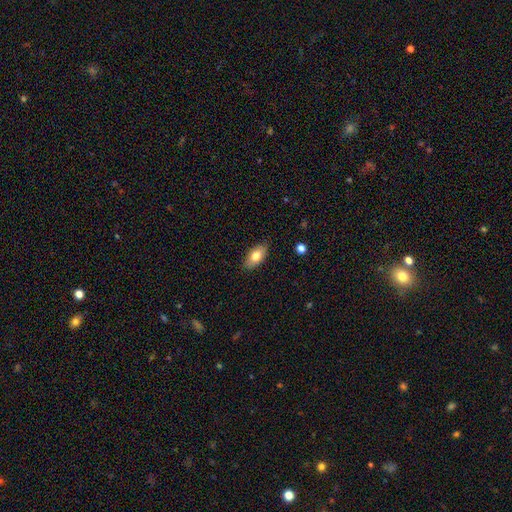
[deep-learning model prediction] Morphology: type=smooth (74%); roundness=in between (89%); merging=none (86%).